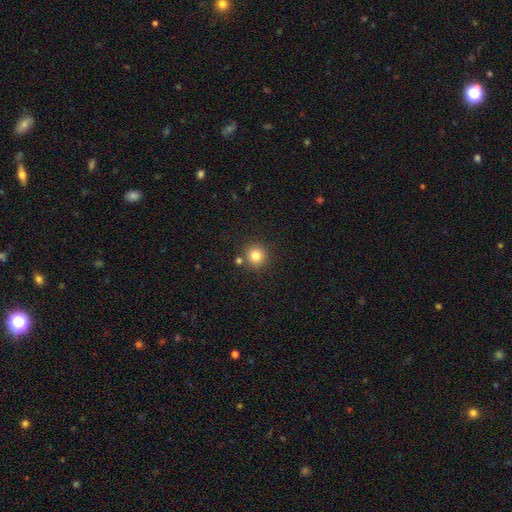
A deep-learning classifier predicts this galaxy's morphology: This appears to be a smooth galaxy with no disk features (81%) that is round (93%). Merging: none (83%).